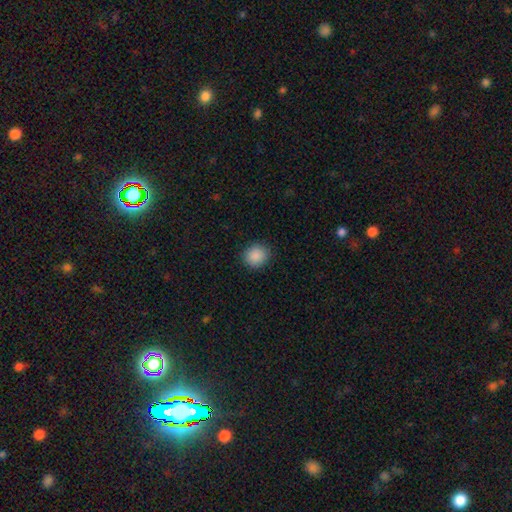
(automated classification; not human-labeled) The model was most divided on "how rounded": round: 84%, in between: 15%, cigar-shaped: 1%. More confident: merging — none (90%); smooth or featured — smooth (89%).